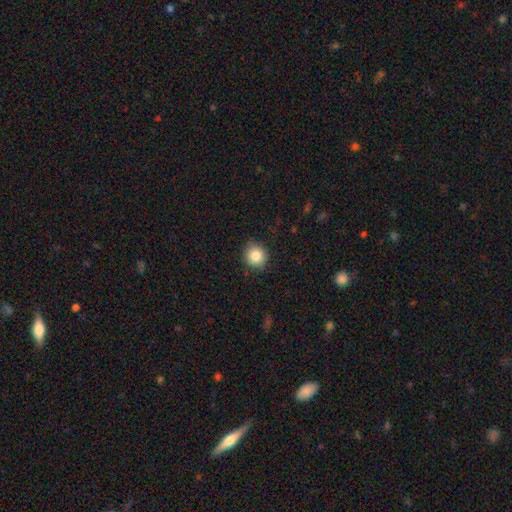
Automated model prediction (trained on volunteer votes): Smooth or featured? Predicted: smooth (p=0.85). How rounded? Predicted: round (p=0.91). Merging? Predicted: none (p=0.88).